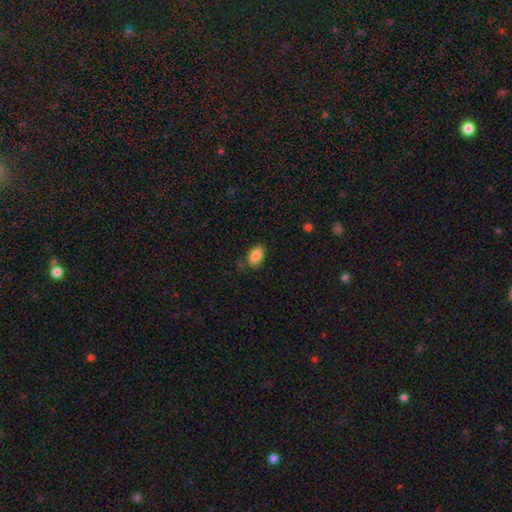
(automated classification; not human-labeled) Q: Smooth or featured?
A: smooth (87%); runner-up: star or artifact (8%)
Q: How rounded?
A: in between (89%); runner-up: round (9%)
Q: Merging?
A: none (76%); runner-up: minor disturbance (17%)